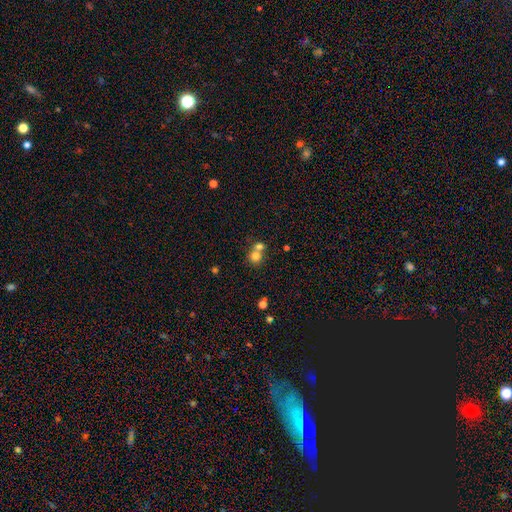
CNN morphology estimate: The model was most divided on "merging": merger: 48%, none: 43%, minor disturbance: 6%, major disturbance: 3%. More confident: how rounded — round (85%); smooth or featured — smooth (76%).